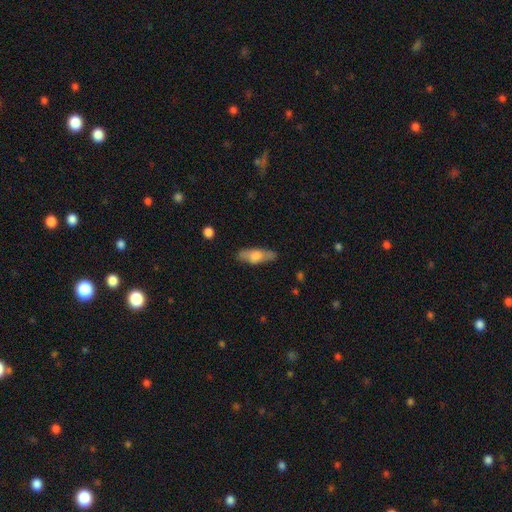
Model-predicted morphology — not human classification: This is likely a smooth galaxy (61%). How rounded: possibly in between (56%). Merging: clearly none (80%).